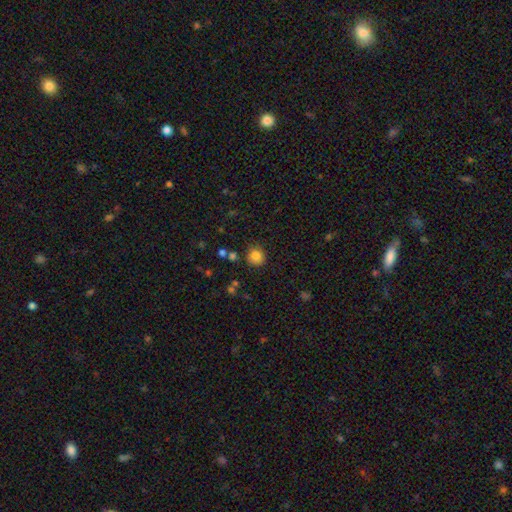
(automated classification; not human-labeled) smooth-or-featured: smooth: 82% | star or artifact: 11% | featured or disk: 6%
  how-rounded: round: 89% | in between: 11% | cigar-shaped: 1%
  merging: none: 82% | minor disturbance: 12% | merger: 3% | major disturbance: 3%